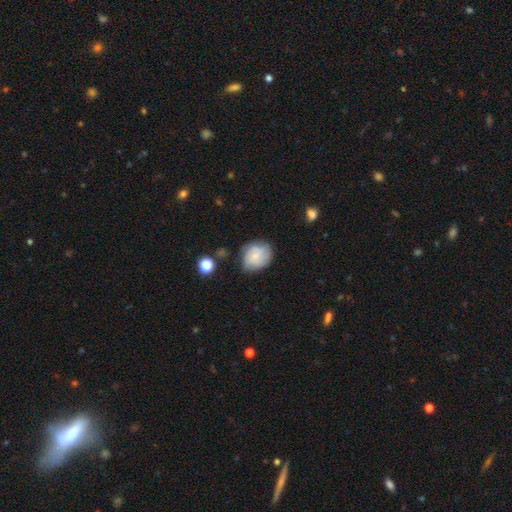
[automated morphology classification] A smooth galaxy with no disk features (60%) that is round (61%). Merging: none (62%).